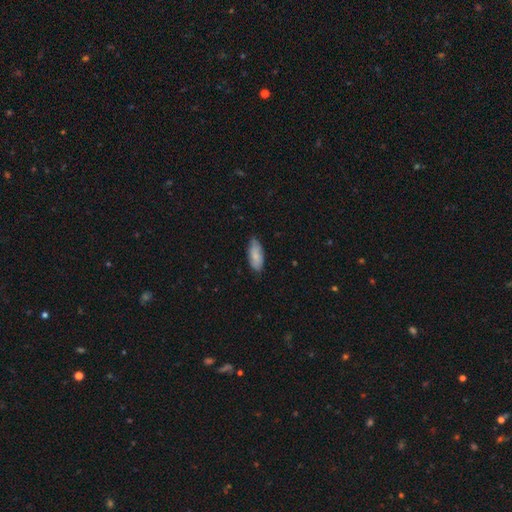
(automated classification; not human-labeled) This appears to be a smooth galaxy with no disk features (79%) that is in between round and cigar-shaped (86%). Merging: none (75%).